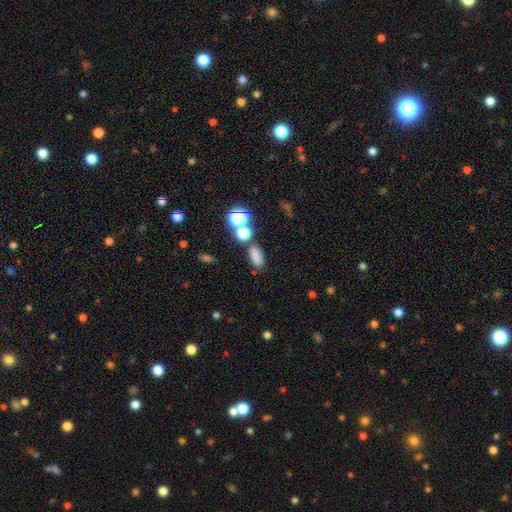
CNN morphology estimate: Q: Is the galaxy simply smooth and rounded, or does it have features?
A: smooth — 76%.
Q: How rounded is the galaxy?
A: in between — 75%.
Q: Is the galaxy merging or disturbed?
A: none — 71%.